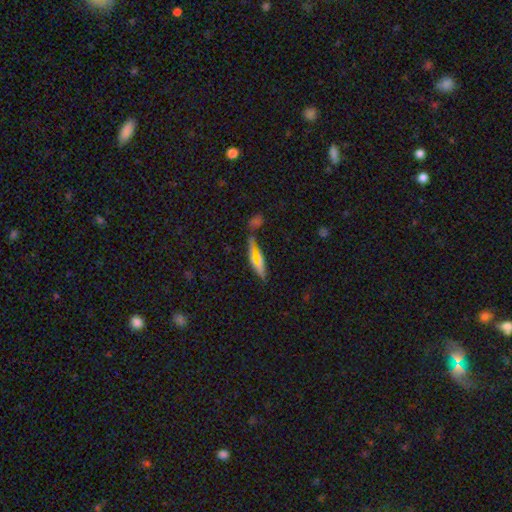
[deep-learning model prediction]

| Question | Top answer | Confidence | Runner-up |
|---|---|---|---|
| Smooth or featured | smooth | 49% | featured or disk (31%) |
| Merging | none | 48% | merger (21%) |